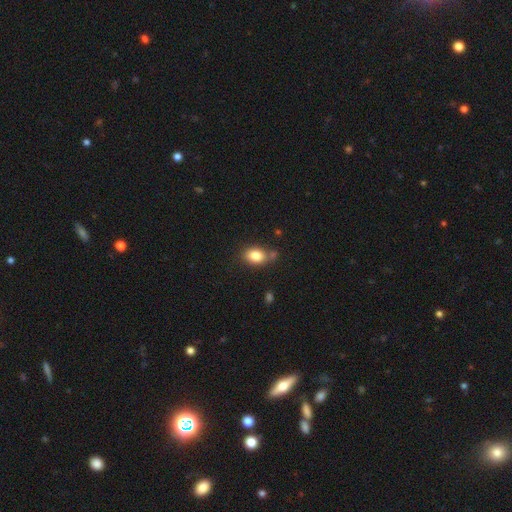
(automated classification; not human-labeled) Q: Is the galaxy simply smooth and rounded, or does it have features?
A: smooth — 83%.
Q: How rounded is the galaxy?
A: in between — 74%.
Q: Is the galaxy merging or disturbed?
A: none — 67%.